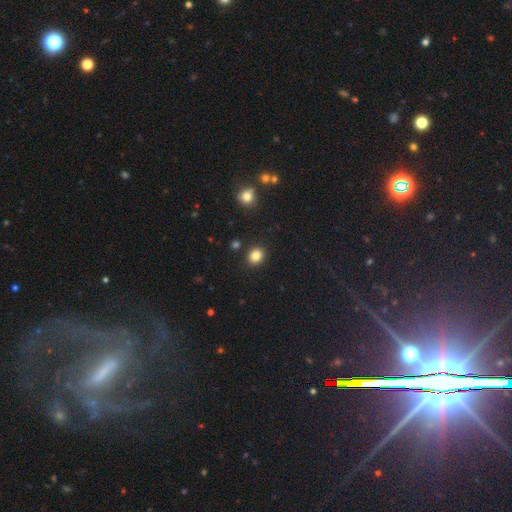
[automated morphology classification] This appears to be a smooth galaxy with no disk features (84%) that is round (72%). Merging: none (89%).